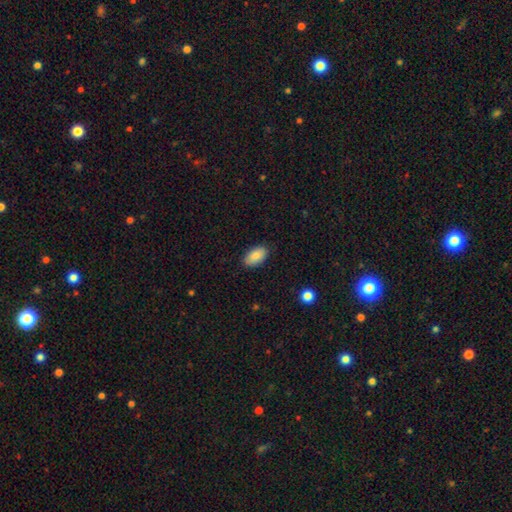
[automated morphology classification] This is clearly a smooth galaxy (87%). How rounded: clearly in between (94%). Merging: clearly none (87%).